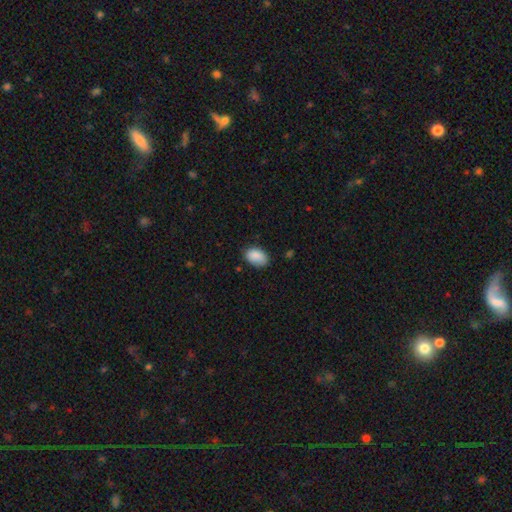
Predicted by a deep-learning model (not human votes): Morphology: type=smooth (89%); roundness=in between (87%); merging=none (75%).